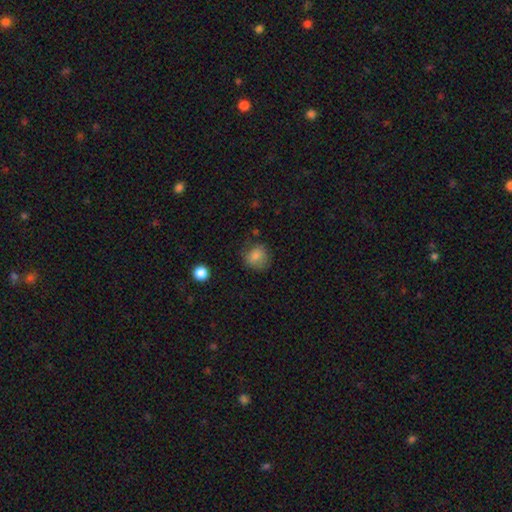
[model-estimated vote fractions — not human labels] Smooth or featured: smooth — 82% (star or artifact — 11%)
How rounded: round — 74% (in between — 25%)
Merging: none — 70% (minor disturbance — 21%)